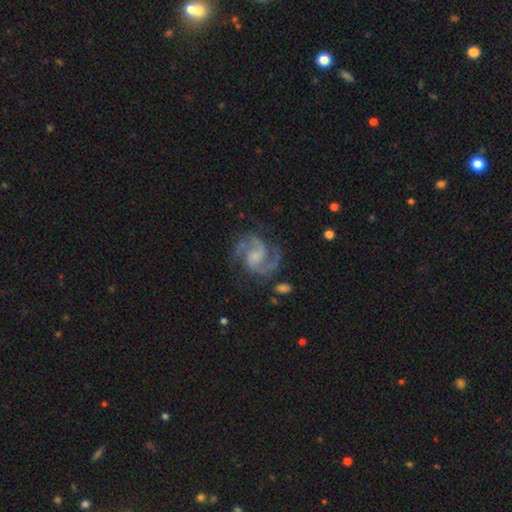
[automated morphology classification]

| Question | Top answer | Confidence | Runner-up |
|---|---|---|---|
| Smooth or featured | featured or disk | 92% | star or artifact (4%) |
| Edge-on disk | no | 98% | yes (2%) |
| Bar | weak | 46% | no (39%) |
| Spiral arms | yes | 98% | no (2%) |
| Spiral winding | medium | 63% | tight (24%) |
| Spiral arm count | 2 | 90% | 3 (4%) |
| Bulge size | small | 36% | none (35%) |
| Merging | none | 74% | minor disturbance (15%) |